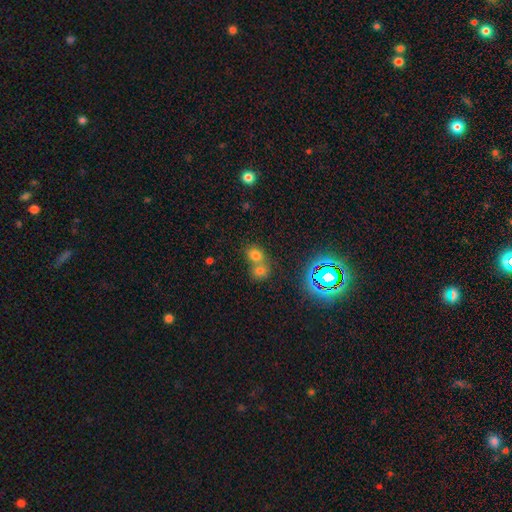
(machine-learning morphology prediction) A smooth galaxy with no disk features (68%) that is round (62%). Merging: merger (55%).